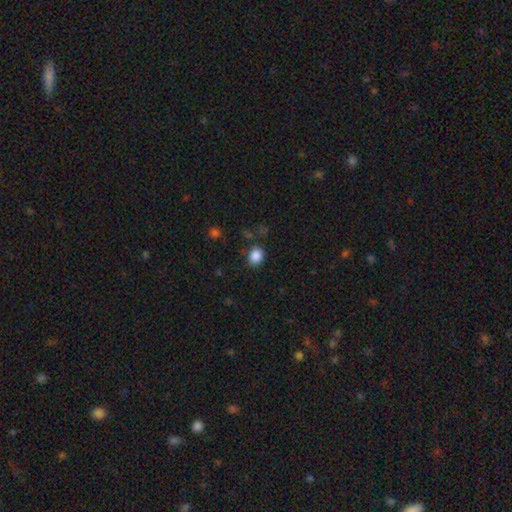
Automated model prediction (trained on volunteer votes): smooth_or_featured: smooth (p=0.86) [alt: star or artifact p=0.10]
how_rounded: round (p=0.53) [alt: in between p=0.46]
merging: none (p=0.81) [alt: minor disturbance p=0.12]